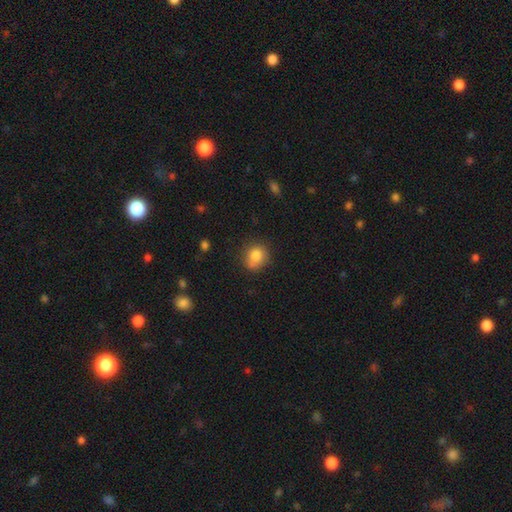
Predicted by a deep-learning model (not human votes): Morphology: type=smooth (82%); roundness=round (68%); merging=none (64%).